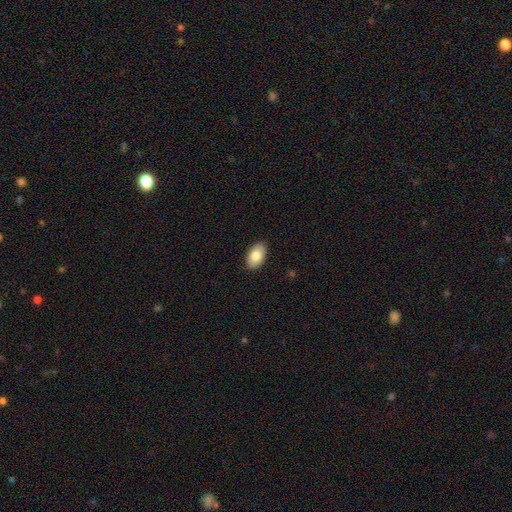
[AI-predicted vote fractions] Smooth or featured? smooth (82%)
How rounded? in between (93%)
Merging? none (88%)